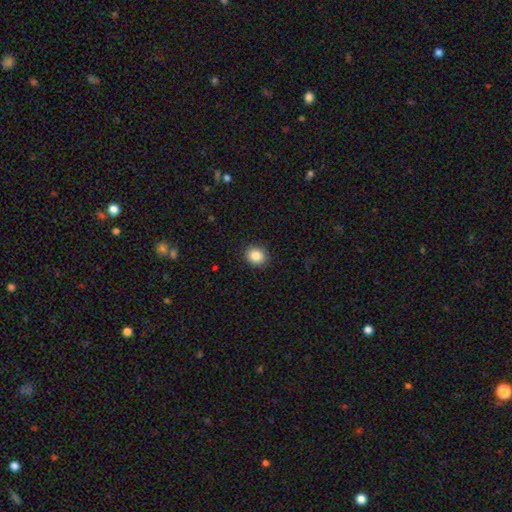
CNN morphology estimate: type=smooth (87%); roundness=round (65%); merging=none (90%).